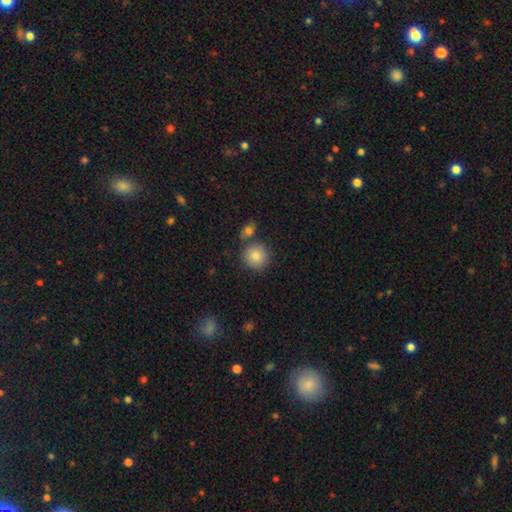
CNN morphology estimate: This appears to be a smooth galaxy with no disk features (86%) that is round (91%). Merging: none (73%).